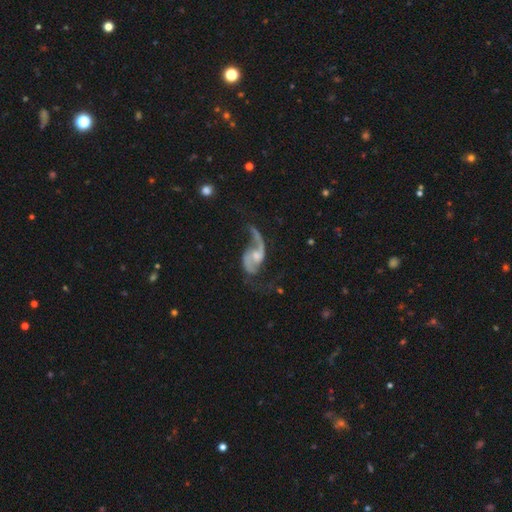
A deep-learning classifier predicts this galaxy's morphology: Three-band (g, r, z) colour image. It shows a featured or disk galaxy (89%) with no bar (53%), 2 (87%) loose (70%) spiral arms (95%) and a moderate central bulge (42%). Merging: none (50%).